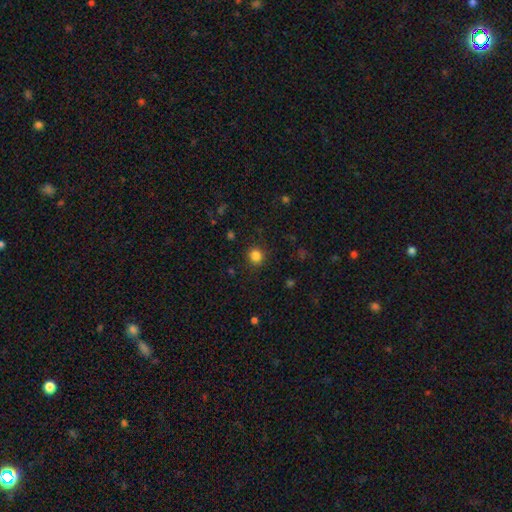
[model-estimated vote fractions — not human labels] This appears to be a smooth galaxy with no disk features (84%) that is round (88%). Merging: none (89%).